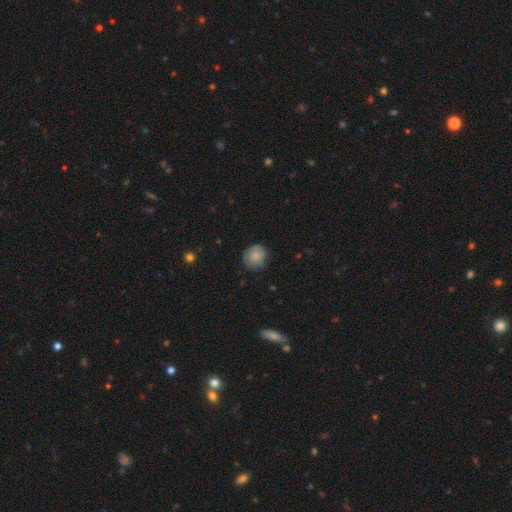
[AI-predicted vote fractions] A smooth galaxy with no disk features (83%) that is round (88%). Merging: none (81%).